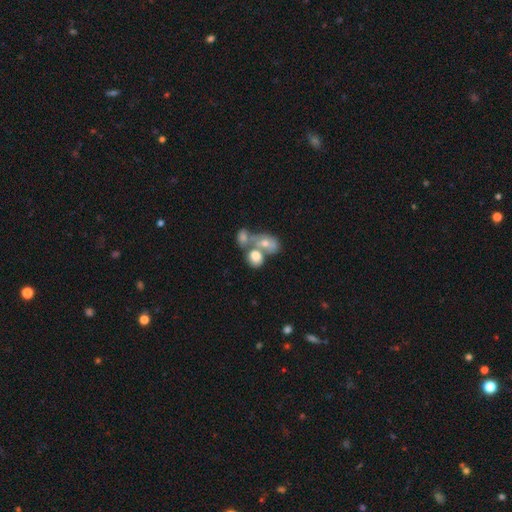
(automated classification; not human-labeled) smooth-or-featured: smooth: 65% | featured or disk: 25% | star or artifact: 10%
  how-rounded: in between: 64% | round: 34% | cigar-shaped: 2%
  merging: merger: 62% | none: 22% | minor disturbance: 9% | major disturbance: 7%